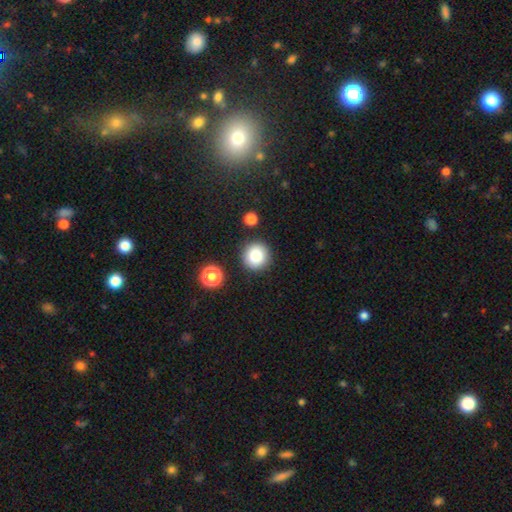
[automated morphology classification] smooth-or-featured: smooth: 82% | star or artifact: 10% | featured or disk: 8%
  how-rounded: round: 94% | in between: 5% | cigar-shaped: 1%
  merging: none: 88% | minor disturbance: 6% | merger: 4% | major disturbance: 2%